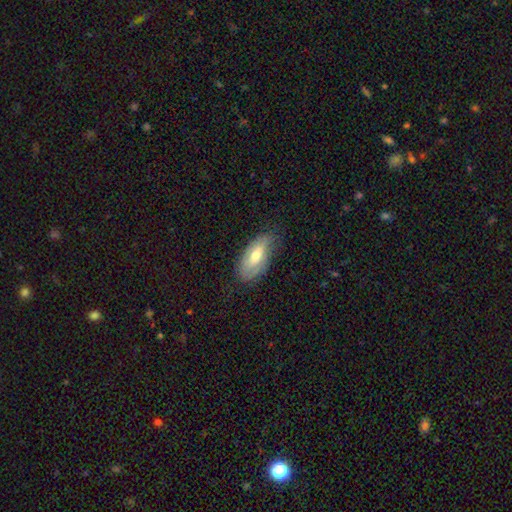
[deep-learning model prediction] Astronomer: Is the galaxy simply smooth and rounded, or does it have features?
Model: smooth — 57% (runner-up: featured or disk, 36%).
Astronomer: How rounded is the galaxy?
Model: in between — 86%.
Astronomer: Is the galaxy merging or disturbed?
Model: none — 68%.